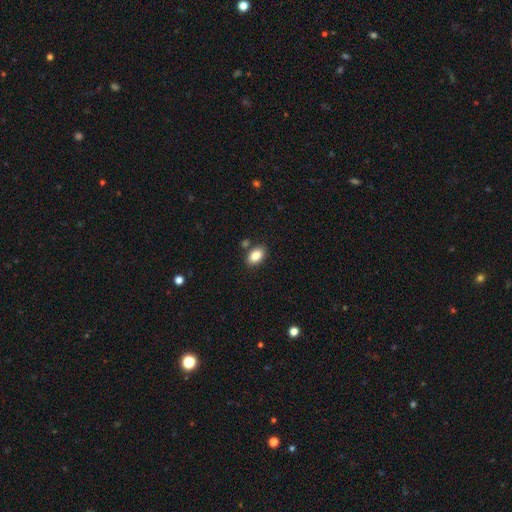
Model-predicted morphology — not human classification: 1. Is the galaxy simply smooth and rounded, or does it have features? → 85% smooth, 8% star or artifact, 7% featured or disk.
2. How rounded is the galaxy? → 88% in between, 10% round, 1% cigar-shaped.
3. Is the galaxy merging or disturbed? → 81% none, 10% minor disturbance, 6% merger, 2% major disturbance.